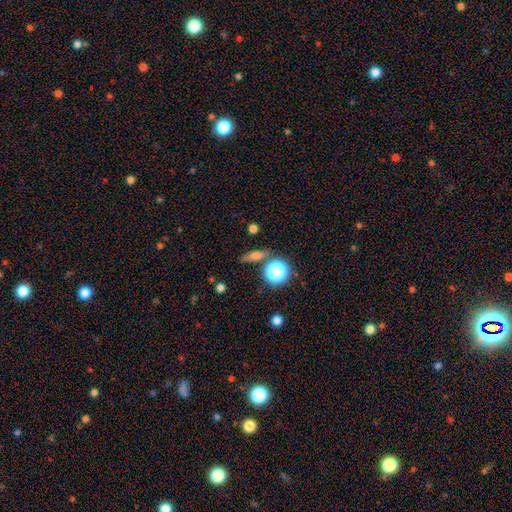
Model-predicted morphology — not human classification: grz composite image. It shows a smooth galaxy with no disk features (60%) that is cigar-shaped (38%). Merging: none (78%).